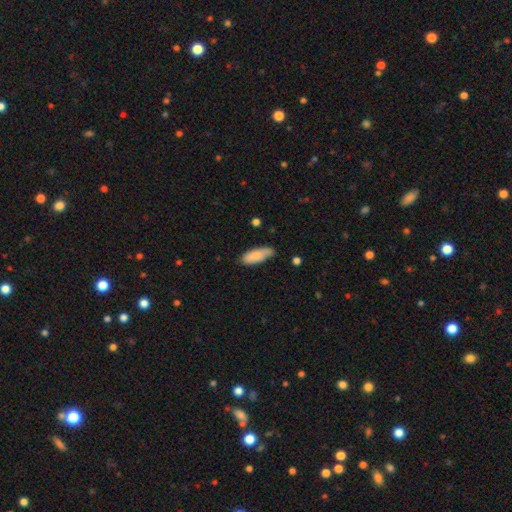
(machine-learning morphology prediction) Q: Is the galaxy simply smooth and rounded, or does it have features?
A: smooth — 83%.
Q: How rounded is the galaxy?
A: in between — 70%.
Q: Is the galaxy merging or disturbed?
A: none — 62%.